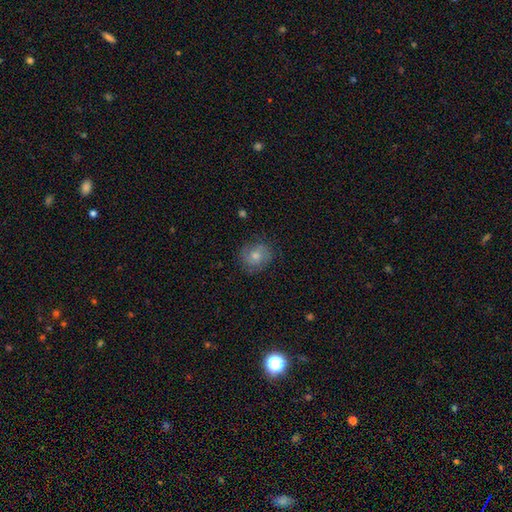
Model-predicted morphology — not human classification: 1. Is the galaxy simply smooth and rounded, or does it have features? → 56% featured or disk, 30% smooth, 14% star or artifact.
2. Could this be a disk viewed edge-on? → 97% no, 3% yes.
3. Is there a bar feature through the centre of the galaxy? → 72% no, 23% weak, 5% strong.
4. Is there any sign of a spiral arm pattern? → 88% yes, 12% no.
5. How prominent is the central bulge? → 59% moderate, 33% small, 5% large, 2% none, 1% dominant.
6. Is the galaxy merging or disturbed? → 82% none, 13% minor disturbance, 4% major disturbance, 1% merger.